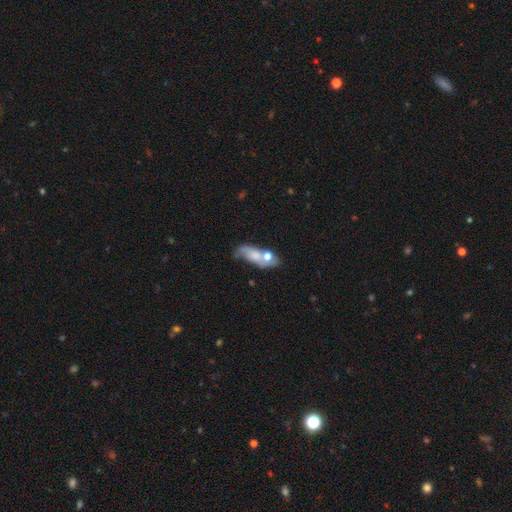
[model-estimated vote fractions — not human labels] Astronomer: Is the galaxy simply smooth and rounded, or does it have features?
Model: smooth — 58% (runner-up: featured or disk, 34%).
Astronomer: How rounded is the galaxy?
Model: in between — 72%.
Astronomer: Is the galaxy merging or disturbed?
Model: merger — 37% (runner-up: none, 29%).